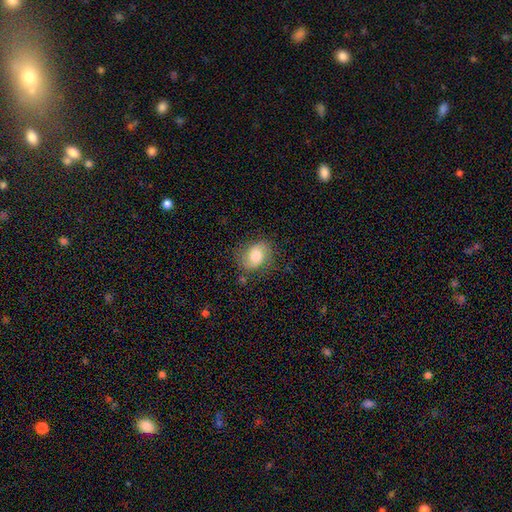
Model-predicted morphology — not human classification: smooth_or_featured: smooth (p=0.53) [alt: featured or disk p=0.39]
how_rounded: in between (p=0.62) [alt: round p=0.37]
merging: none (p=0.70) [alt: minor disturbance p=0.21]